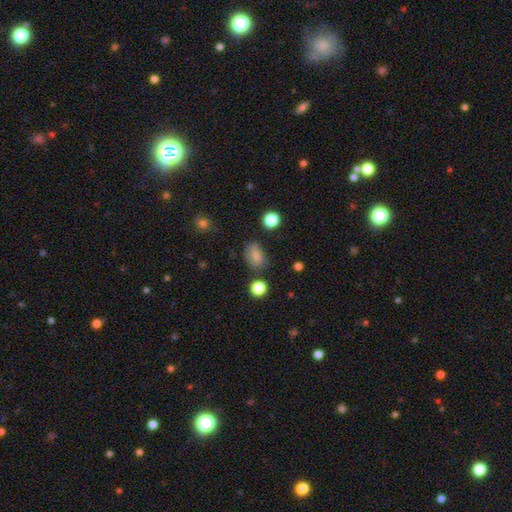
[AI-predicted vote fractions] A smooth galaxy with no disk features (80%) that is in between round and cigar-shaped (80%). Merging: none (69%).